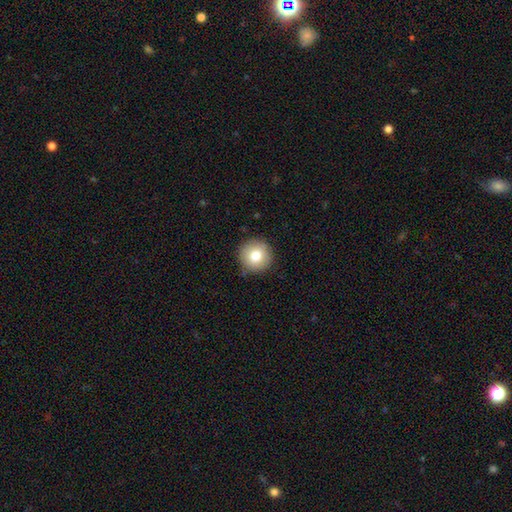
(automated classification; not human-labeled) Q: Smooth or featured?
A: smooth (79%); runner-up: featured or disk (12%)
Q: How rounded?
A: round (95%); runner-up: in between (4%)
Q: Merging?
A: none (89%); runner-up: minor disturbance (8%)